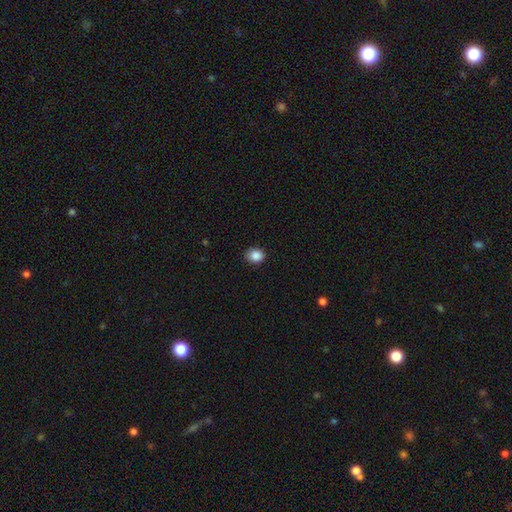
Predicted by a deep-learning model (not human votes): Smooth or featured?
  - smooth: 87% *
  - star or artifact: 9%
  - featured or disk: 4%
How rounded?
  - round: 64% *
  - in between: 35%
  - cigar-shaped: 1%
Merging?
  - none: 89% *
  - minor disturbance: 8%
  - major disturbance: 2%
  - merger: 1%